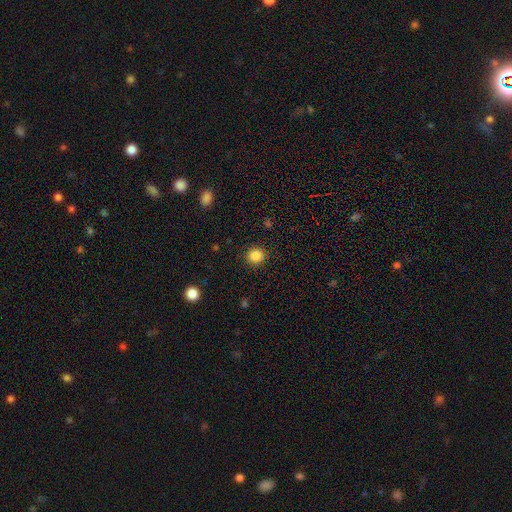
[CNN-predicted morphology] Smooth or featured? Predicted: smooth (p=0.85). How rounded? Predicted: round (p=0.90). Merging? Predicted: none (p=0.91).